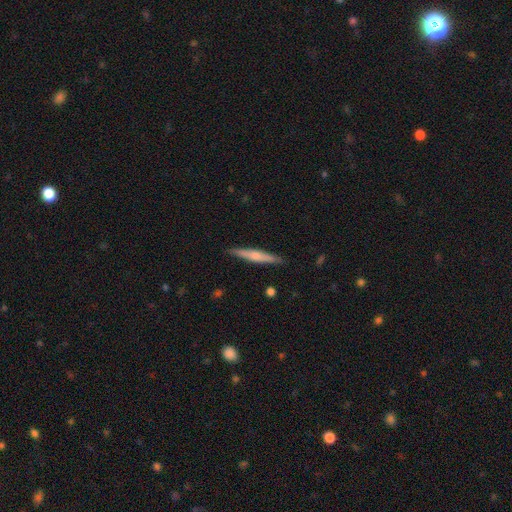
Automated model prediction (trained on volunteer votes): smooth-or-featured: featured or disk: 52% | smooth: 43% | star or artifact: 6%
  disk-edge-on: yes: 96% | no: 4%
  merging: none: 90% | minor disturbance: 8% | major disturbance: 1% | merger: 1%